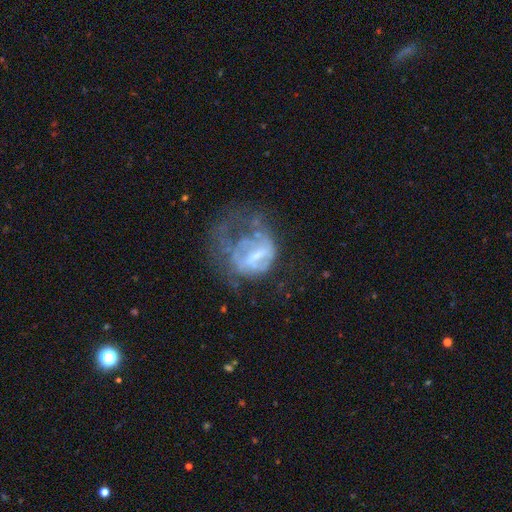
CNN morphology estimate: featured or disk 64%, smooth 23%, star or artifact 12%. Down the decision tree: edge-on disk — no (97%); bar — no (41%); spiral arms — no (66%); bulge size — small (38%); merging — major disturbance (53%).